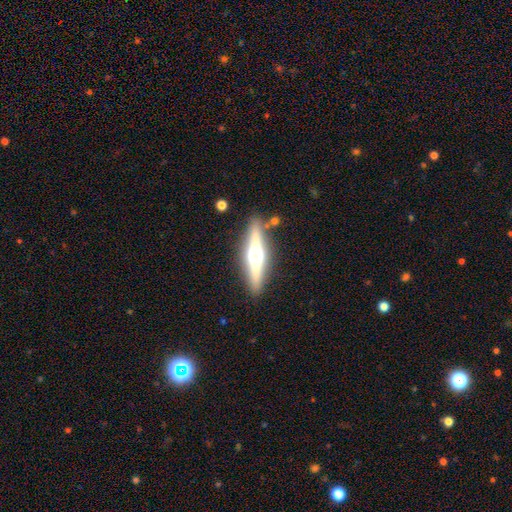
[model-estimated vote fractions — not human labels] smooth-or-featured: featured or disk: 71% | smooth: 22% | star or artifact: 6%
  disk-edge-on: yes: 96% | no: 4%
    edge-on-bulge: rounded: 94% | boxy: 4% | none: 2%
  merging: none: 87% | minor disturbance: 8% | merger: 3% | major disturbance: 2%